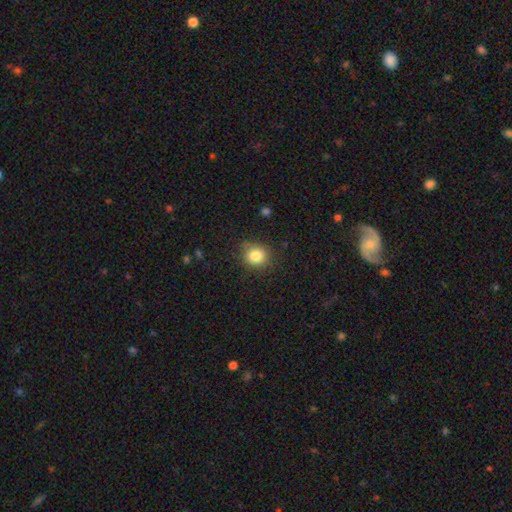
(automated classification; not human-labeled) Q: Smooth or featured?
A: smooth (83%); runner-up: star or artifact (11%)
Q: How rounded?
A: round (83%); runner-up: in between (16%)
Q: Merging?
A: none (79%); runner-up: minor disturbance (15%)